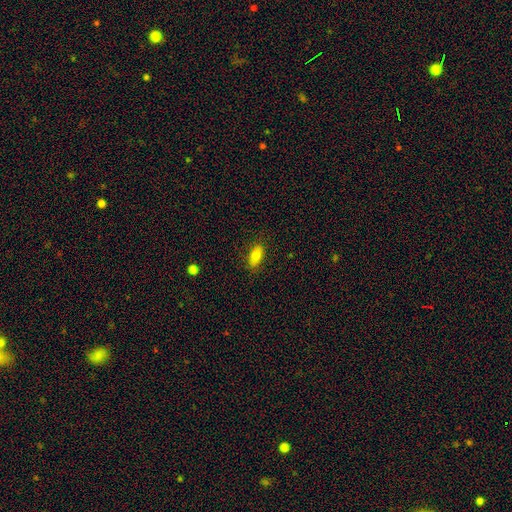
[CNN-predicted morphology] Smooth or featured: smooth — 79% (featured or disk — 13%)
How rounded: in between — 87% (cigar-shaped — 9%)
Merging: none — 84% (minor disturbance — 12%)